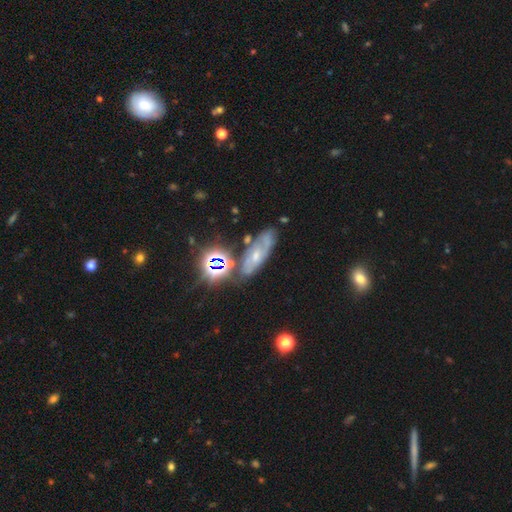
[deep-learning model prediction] smooth-or-featured: featured or disk: 51% | star or artifact: 28% | smooth: 21%
  disk-edge-on: no: 83% | yes: 17%
  merging: none: 66% | minor disturbance: 19% | merger: 8% | major disturbance: 7%